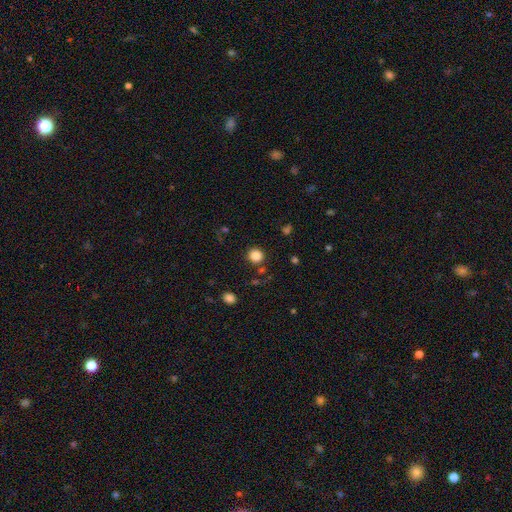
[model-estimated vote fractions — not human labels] The model was most divided on "smooth or featured": smooth: 85%, star or artifact: 12%, featured or disk: 3%. More confident: how rounded — round (90%); merging — none (86%).